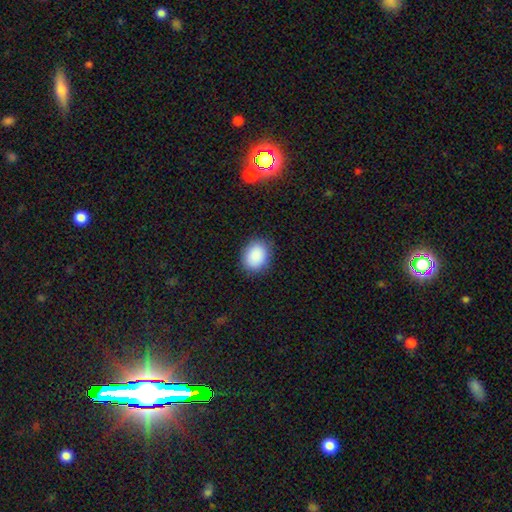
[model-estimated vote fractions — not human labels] This appears to be a smooth galaxy with no disk features (89%) that is in between round and cigar-shaped (52%). Merging: none (85%).